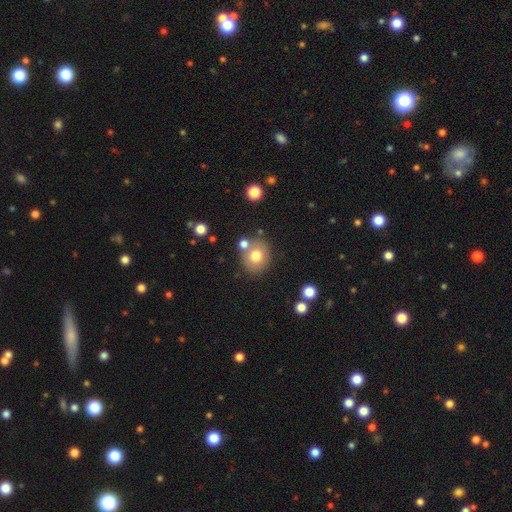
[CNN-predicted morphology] This is likely a smooth galaxy (73%). How rounded: likely round (75%). Merging: likely none (70%).